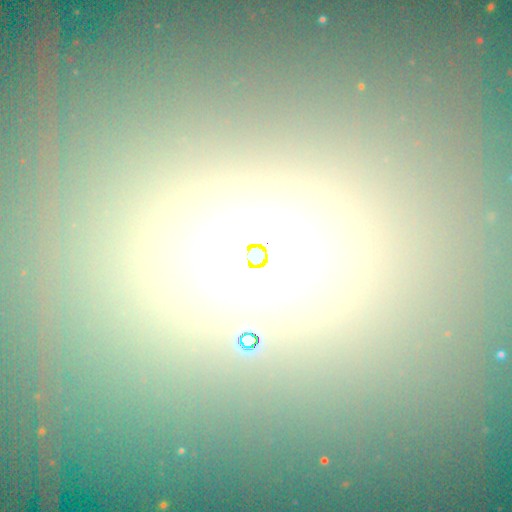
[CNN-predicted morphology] A star or artifact, not a galaxy (41%).